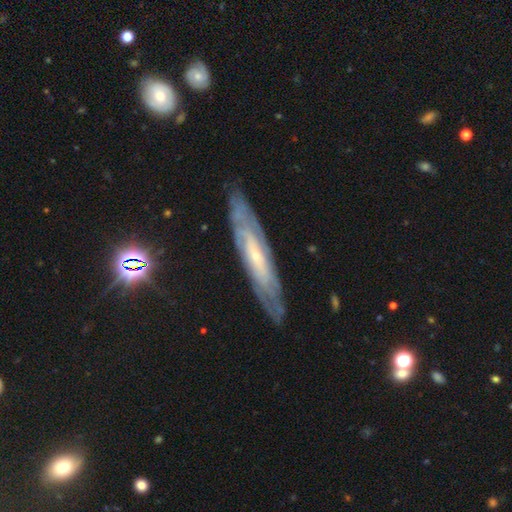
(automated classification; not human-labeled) Q: Smooth or featured?
A: featured or disk (77%); runner-up: smooth (16%)
Q: Edge-on disk?
A: no (65%); runner-up: yes (35%)
Q: Bar?
A: no (59%); runner-up: weak (30%)
Q: Spiral arms?
A: yes (88%); runner-up: no (12%)
Q: Bulge size?
A: small (79%); runner-up: moderate (15%)
Q: Merging?
A: none (80%); runner-up: minor disturbance (15%)